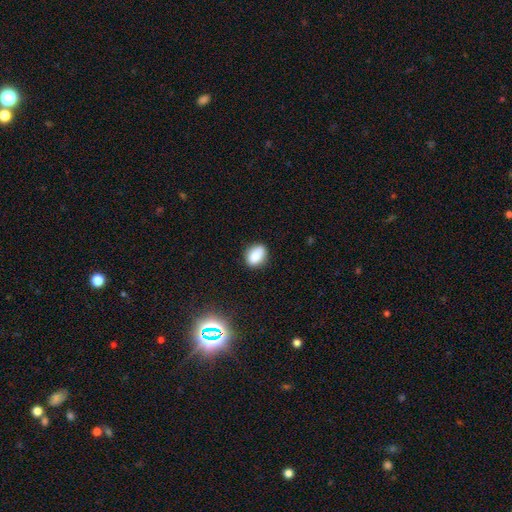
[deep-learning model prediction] smooth 85%, star or artifact 9%, featured or disk 6%. Down the decision tree: how rounded — in between (74%); merging — none (82%).